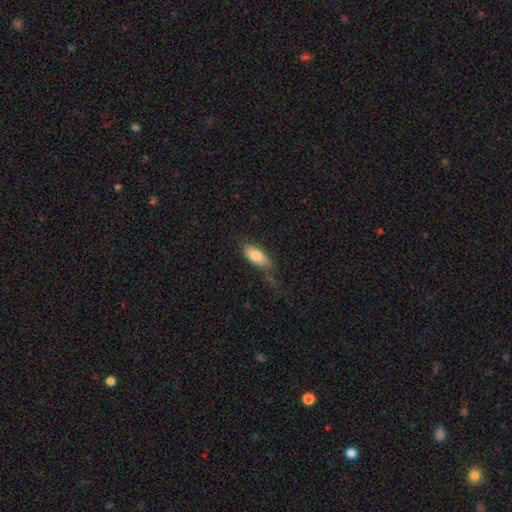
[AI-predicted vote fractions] This is likely a smooth galaxy (79%). How rounded: clearly in between (85%). Merging: possibly none (46%).